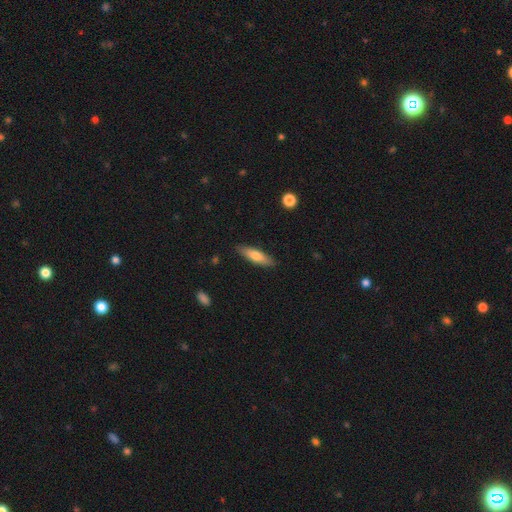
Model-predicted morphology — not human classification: Smooth or featured: smooth — 70% (featured or disk — 24%)
How rounded: cigar-shaped — 59% (in between — 39%)
Merging: none — 87% (minor disturbance — 10%)